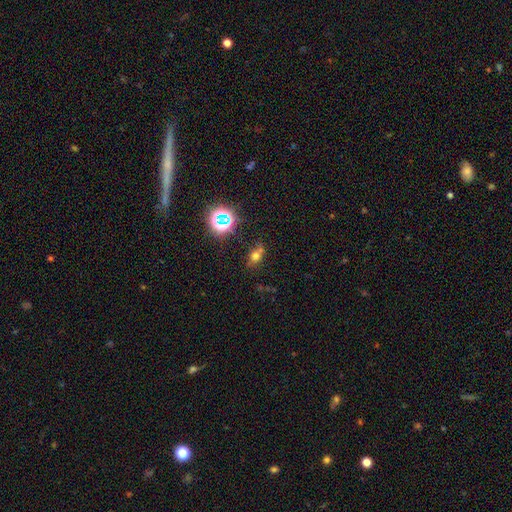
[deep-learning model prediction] The model was most divided on "how rounded": in between: 54%, round: 41%, cigar-shaped: 5%. More confident: smooth or featured — smooth (57%); merging — none (56%).